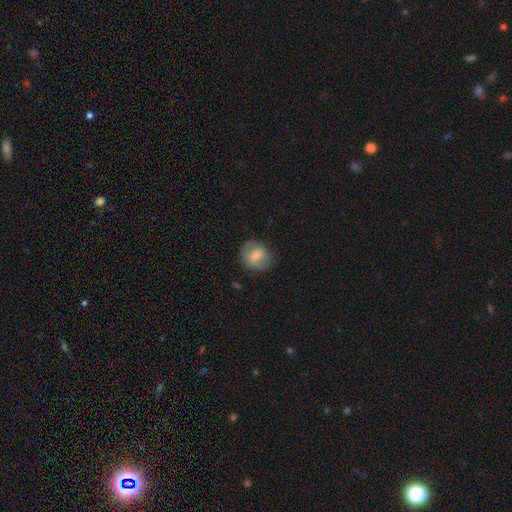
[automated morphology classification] The model was most divided on "how rounded": round: 62%, in between: 37%, cigar-shaped: 1%. More confident: merging — none (74%); smooth or featured — smooth (64%).